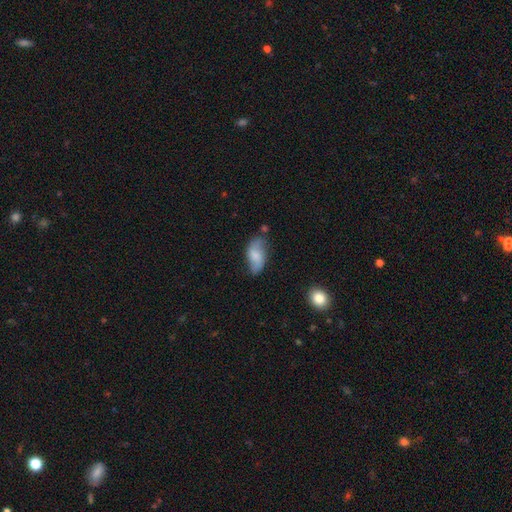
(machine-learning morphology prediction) Smooth or featured: smooth — 52% (featured or disk — 40%)
How rounded: in between — 91% (cigar-shaped — 5%)
Merging: none — 55% (minor disturbance — 30%)